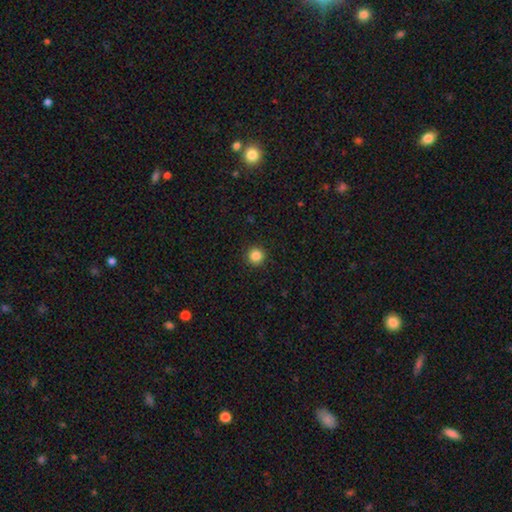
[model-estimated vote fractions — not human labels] This appears to be a smooth galaxy with no disk features (85%) that is round (96%). Merging: none (93%).